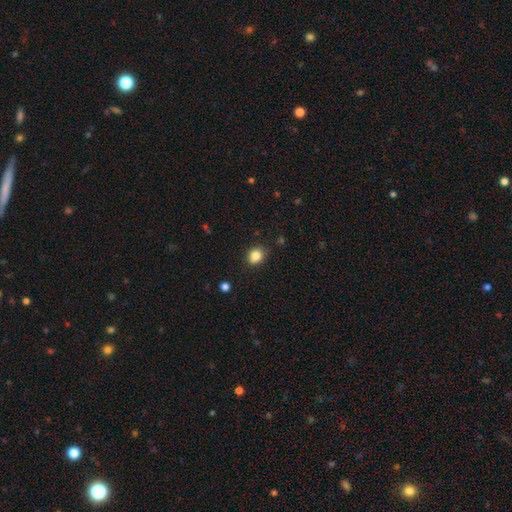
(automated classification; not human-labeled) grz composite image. It shows a smooth galaxy with no disk features (83%) that is round (68%). Merging: none (79%).